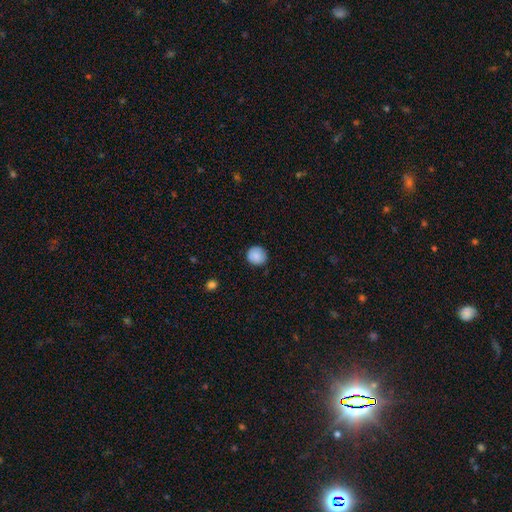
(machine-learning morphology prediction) Smooth or featured? Predicted: smooth (p=0.85). How rounded? Predicted: round (p=0.93). Merging? Predicted: none (p=0.86).